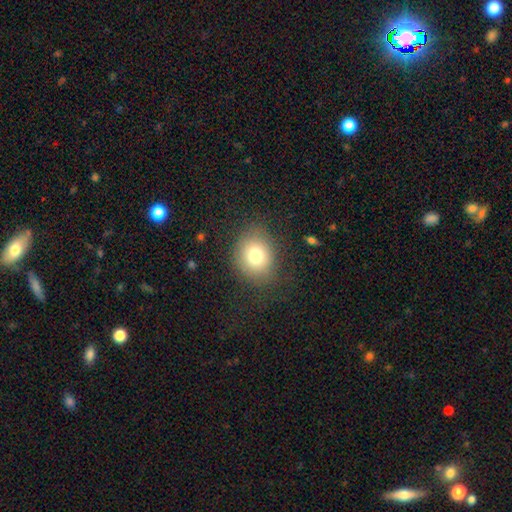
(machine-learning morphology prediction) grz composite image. It shows a smooth galaxy with no disk features (75%) that is round (71%). Merging: none (78%).